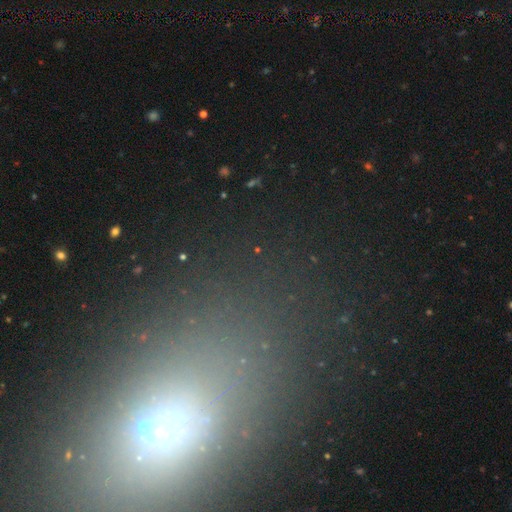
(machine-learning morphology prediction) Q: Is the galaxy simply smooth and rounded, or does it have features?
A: star or artifact — 48%.